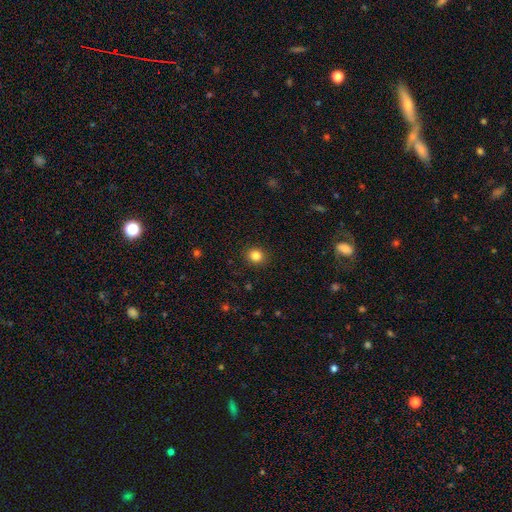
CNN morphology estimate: This appears to be a smooth galaxy with no disk features (84%) that is round (85%). Merging: none (91%).